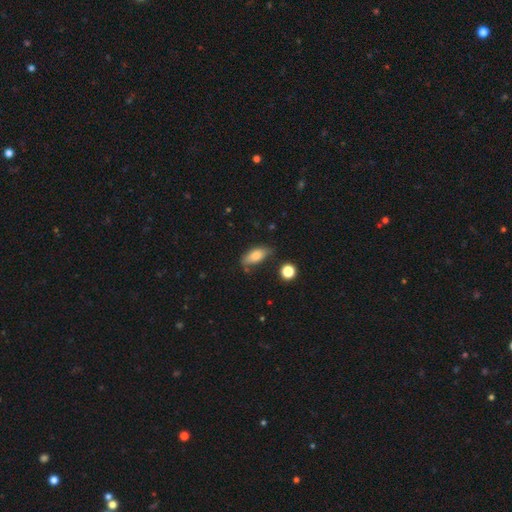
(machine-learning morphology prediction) Smooth or featured? Predicted: smooth (p=0.79). How rounded? Predicted: in between (p=0.84). Merging? Predicted: none (p=0.63).